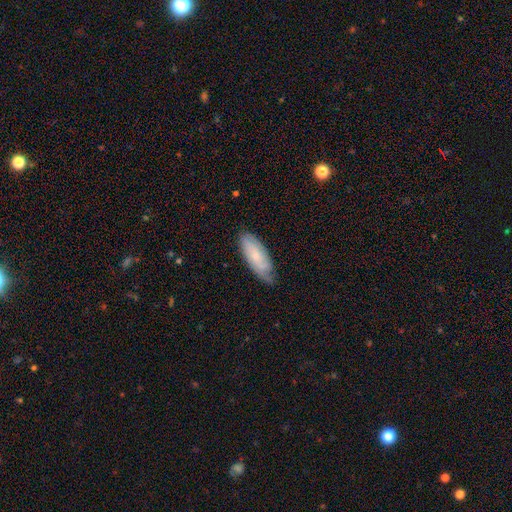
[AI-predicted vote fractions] Smooth or featured?
  - smooth: 53% *
  - featured or disk: 40%
  - star or artifact: 6%
How rounded?
  - in between: 68% *
  - cigar-shaped: 30%
  - round: 2%
Merging?
  - none: 69% *
  - minor disturbance: 25%
  - major disturbance: 5%
  - merger: 1%